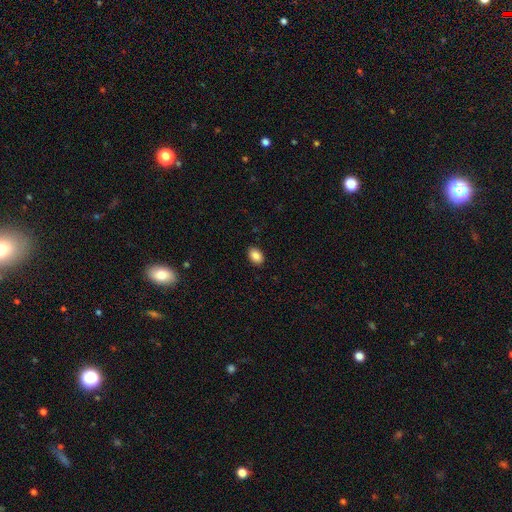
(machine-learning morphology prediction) A smooth galaxy with no disk features (88%) that is in between round and cigar-shaped (83%).

Vote fractions:
- Smooth or featured? smooth: 88% / star or artifact: 8% / featured or disk: 4%
- How rounded? in between: 83% / round: 15% / cigar-shaped: 1%
- Merging? none: 89% / minor disturbance: 8% / major disturbance: 2% / merger: 1%